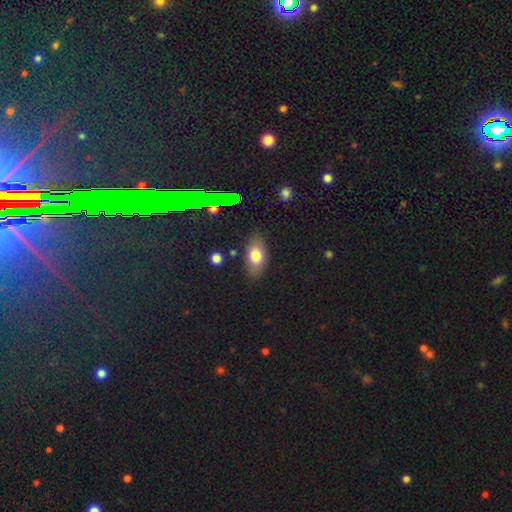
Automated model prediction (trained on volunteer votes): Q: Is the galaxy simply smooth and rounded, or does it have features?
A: smooth — 75%.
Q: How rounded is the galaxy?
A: in between — 88%.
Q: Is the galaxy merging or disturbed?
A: none — 82%.